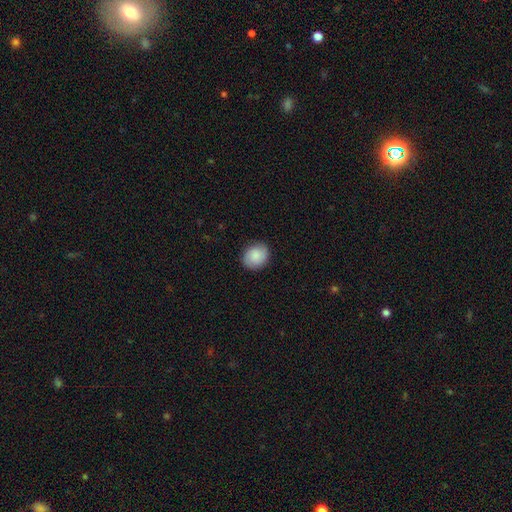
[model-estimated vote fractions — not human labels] The model was most divided on "how rounded": round: 63%, in between: 36%, cigar-shaped: 1%. More confident: merging — none (86%); smooth or featured — smooth (77%).